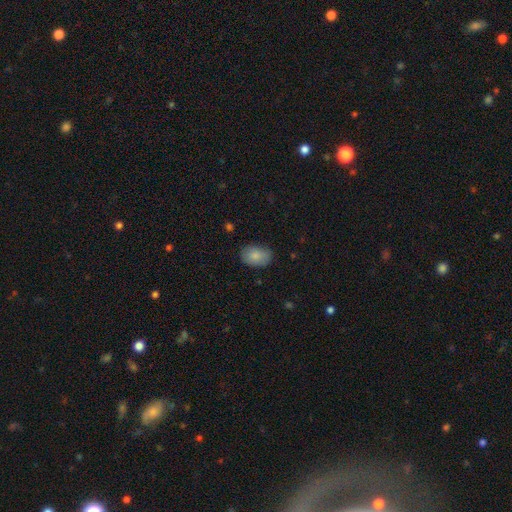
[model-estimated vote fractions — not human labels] Smooth or featured? smooth (85%)
How rounded? in between (84%)
Merging? none (77%)